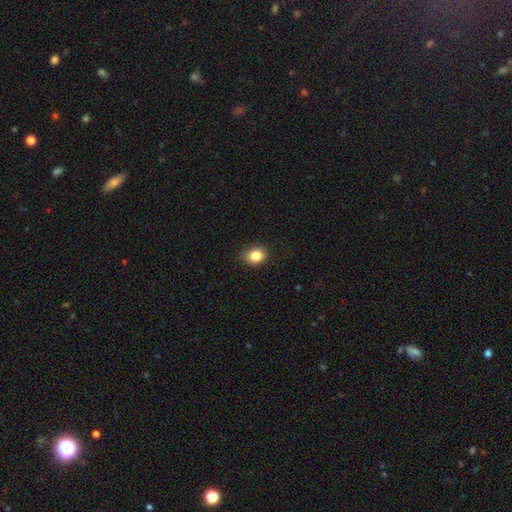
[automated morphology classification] type=smooth (85%); roundness=round (52%); merging=none (86%).